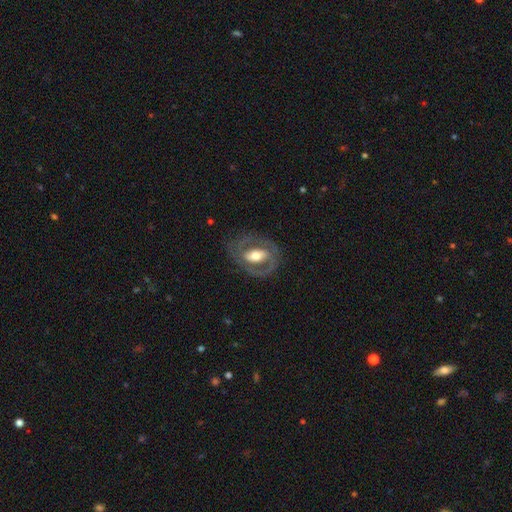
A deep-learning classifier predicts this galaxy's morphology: Smooth or featured?
  - featured or disk: 79% *
  - smooth: 16%
  - star or artifact: 5%
Edge-on disk?
  - no: 95% *
  - yes: 5%
Bar?
  - strong: 41% *
  - weak: 33%
  - no: 25%
Spiral arms?
  - yes: 74% *
  - no: 26%
Spiral winding?
  - medium: 44% *
  - tight: 42%
  - loose: 14%
Spiral arm count?
  - 2: 82% *
  - can't tell: 8%
  - 1: 5%
  - 3: 2%
  - 4: 1%
  - more than 4: 1%
Bulge size?
  - moderate: 66% *
  - large: 19%
  - small: 13%
  - dominant: 2%
  - none: 1%
Merging?
  - none: 76% *
  - minor disturbance: 14%
  - major disturbance: 9%
  - merger: 1%